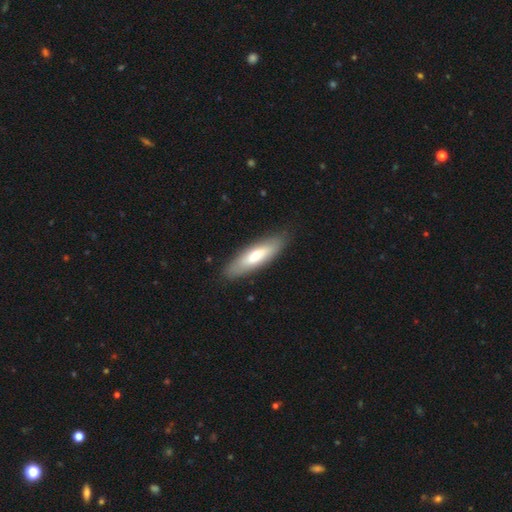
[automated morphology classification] Smooth or featured? Predicted: smooth (p=0.64). How rounded? Predicted: cigar-shaped (p=0.58). Merging? Predicted: none (p=0.86).